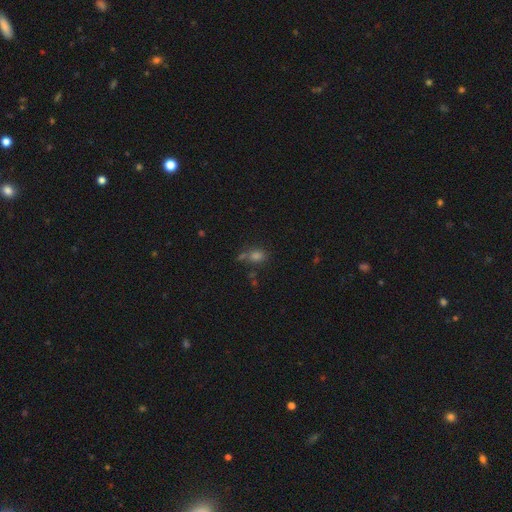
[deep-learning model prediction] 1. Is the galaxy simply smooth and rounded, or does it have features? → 65% smooth, 25% star or artifact, 10% featured or disk.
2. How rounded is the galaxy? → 57% in between, 38% round, 5% cigar-shaped.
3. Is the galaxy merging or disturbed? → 57% none, 17% minor disturbance, 17% merger, 9% major disturbance.